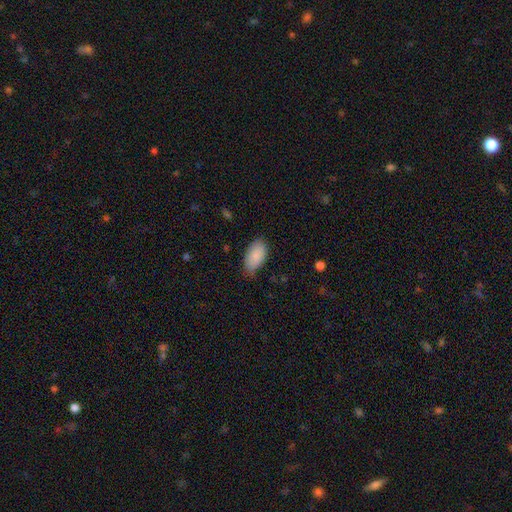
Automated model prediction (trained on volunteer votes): Overall: smooth (88%). How rounded: in between (95%). Merging: none (74%).